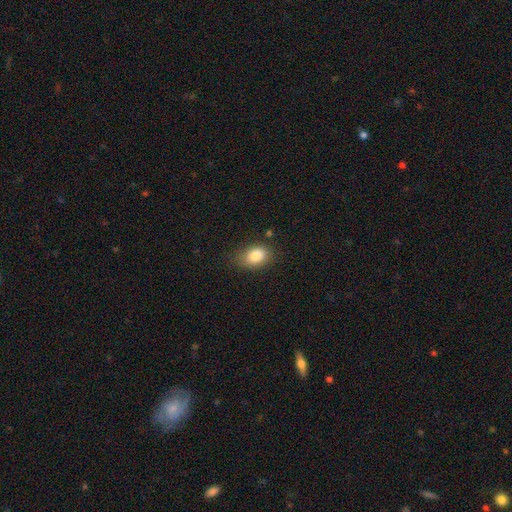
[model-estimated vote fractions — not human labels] Morphology: type=smooth (85%); roundness=in between (78%); merging=none (72%).